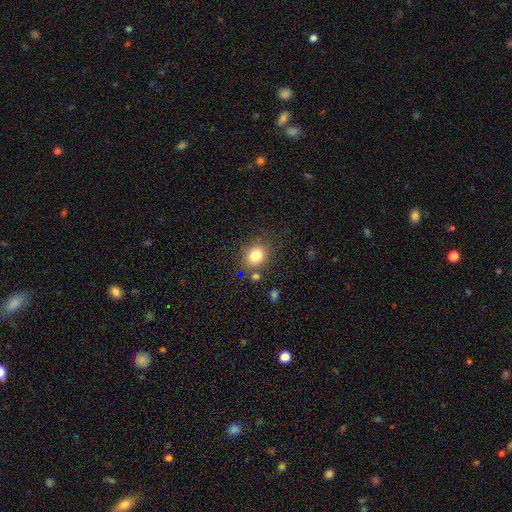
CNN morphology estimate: Q: Smooth or featured?
A: smooth (81%); runner-up: star or artifact (12%)
Q: How rounded?
A: round (65%); runner-up: in between (34%)
Q: Merging?
A: none (78%); runner-up: minor disturbance (12%)